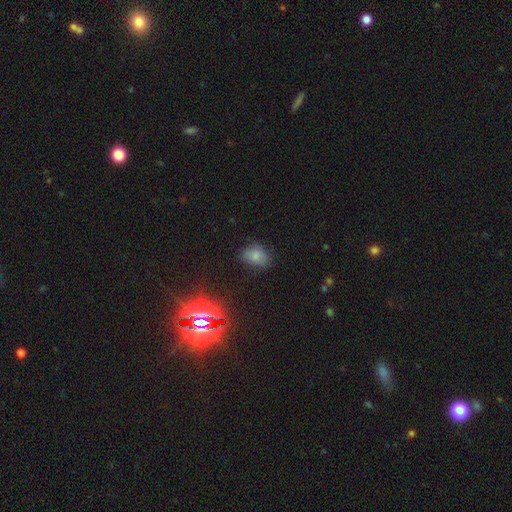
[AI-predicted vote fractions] A smooth galaxy with no disk features (71%) that is in between round and cigar-shaped (76%).

Vote fractions:
- Smooth or featured? smooth: 71% / star or artifact: 18% / featured or disk: 11%
- How rounded? in between: 76% / round: 22% / cigar-shaped: 2%
- Merging? none: 67% / minor disturbance: 24% / major disturbance: 7% / merger: 2%